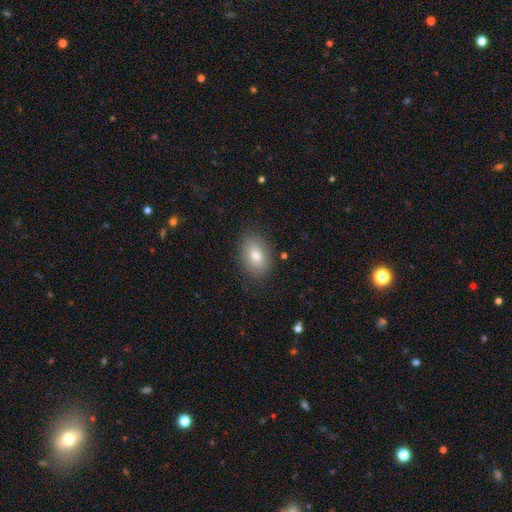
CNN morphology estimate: This appears to be a smooth galaxy with no disk features (77%) that is in between round and cigar-shaped (83%). Merging: none (85%).